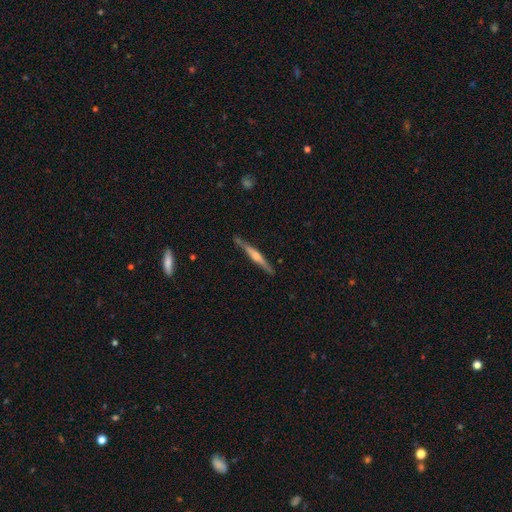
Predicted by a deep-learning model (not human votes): A featured or disk galaxy (62%) viewed edge-on (97%) with a rounded central bulge (53%). Merging: none (83%).